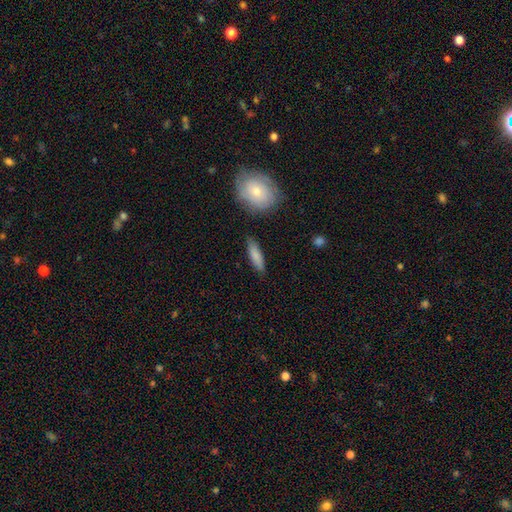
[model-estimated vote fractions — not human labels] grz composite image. It shows a smooth galaxy with no disk features (82%) that is cigar-shaped (60%). Merging: none (83%).